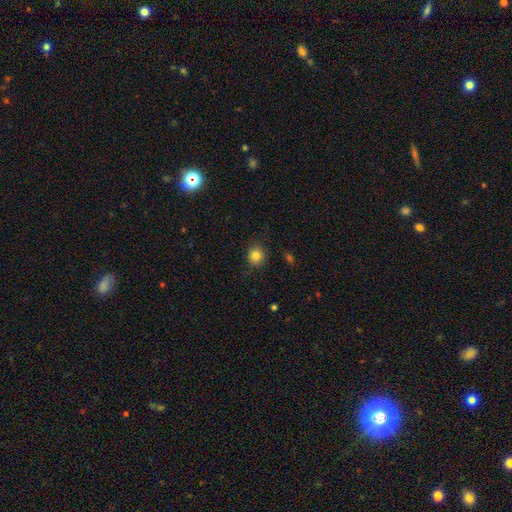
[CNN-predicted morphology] This is clearly a smooth galaxy (83%). How rounded: clearly round (85%). Merging: clearly none (87%).